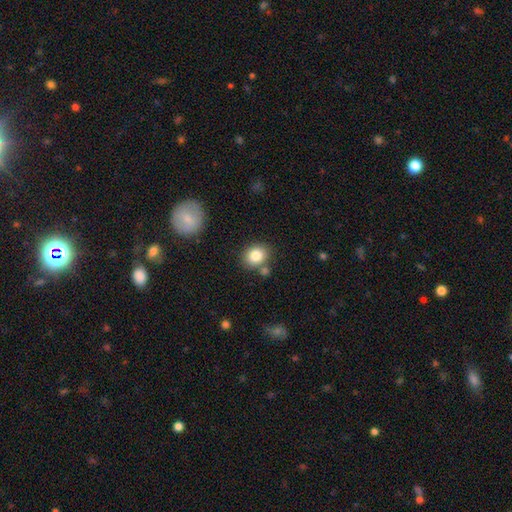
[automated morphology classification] Smooth or featured? smooth (83%)
How rounded? round (54%)
Merging? none (73%)